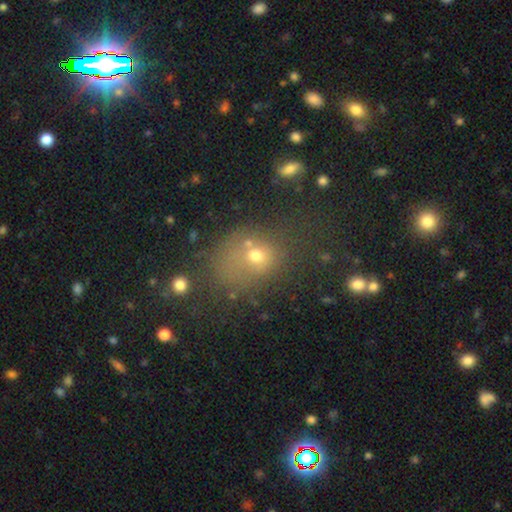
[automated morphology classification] Smooth or featured? smooth (62%)
How rounded? round (54%)
Merging? none (48%)